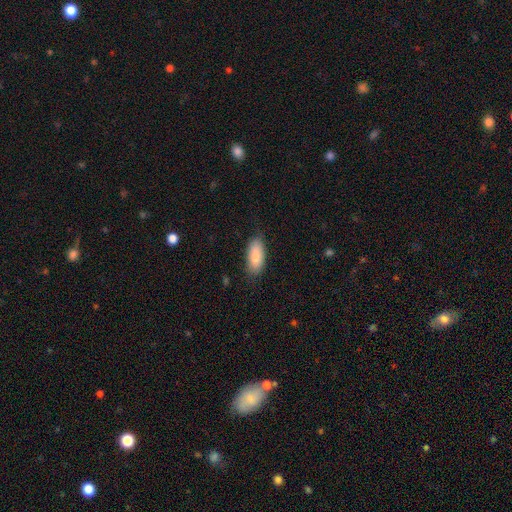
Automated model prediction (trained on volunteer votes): Smooth or featured?
  - smooth: 88% *
  - star or artifact: 6%
  - featured or disk: 6%
How rounded?
  - in between: 85% *
  - cigar-shaped: 13%
  - round: 2%
Merging?
  - none: 79% *
  - minor disturbance: 16%
  - major disturbance: 3%
  - merger: 1%